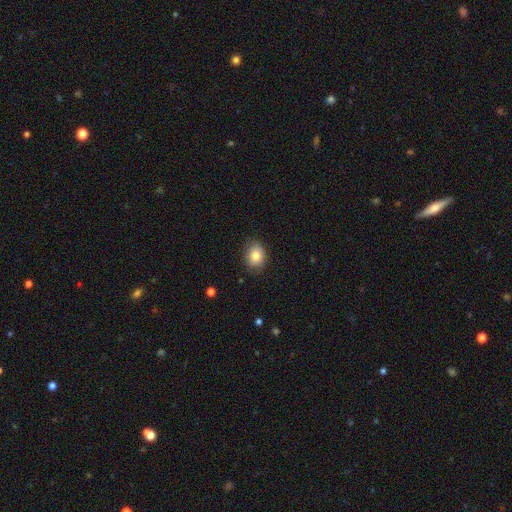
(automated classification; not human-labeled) A smooth galaxy with no disk features (83%) that is in between round and cigar-shaped (57%).

Vote fractions:
- Smooth or featured? smooth: 83% / star or artifact: 9% / featured or disk: 8%
- How rounded? in between: 57% / round: 43% / cigar-shaped: 1%
- Merging? none: 83% / minor disturbance: 13% / major disturbance: 3% / merger: 1%